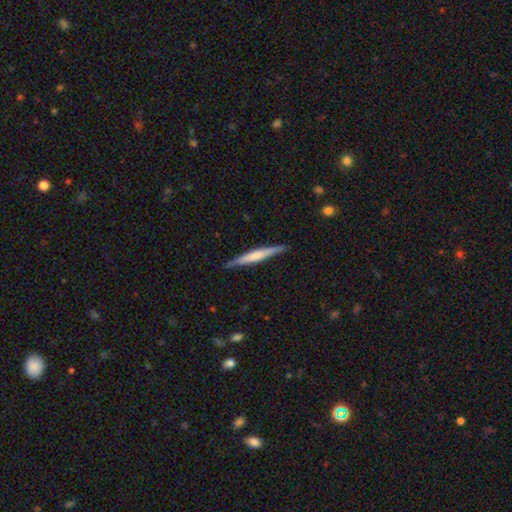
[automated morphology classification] Q: Smooth or featured?
A: featured or disk (50%); runner-up: smooth (45%)
Q: Merging?
A: none (88%); runner-up: minor disturbance (9%)